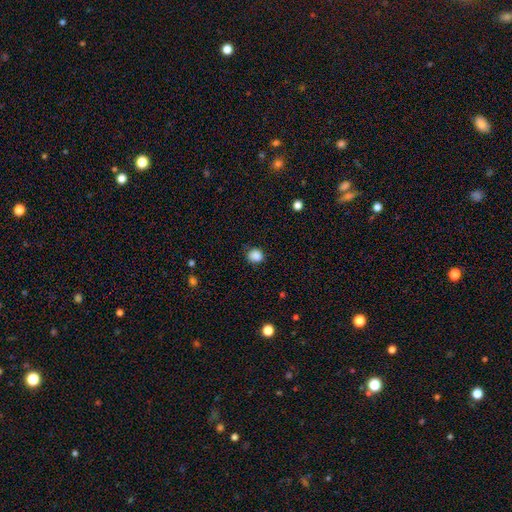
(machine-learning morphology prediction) The model was most divided on "how rounded": round: 72%, in between: 28%, cigar-shaped: 1%. More confident: smooth or featured — smooth (87%); merging — none (79%).